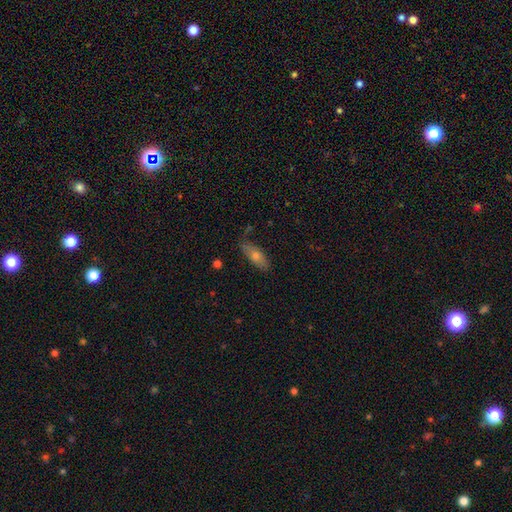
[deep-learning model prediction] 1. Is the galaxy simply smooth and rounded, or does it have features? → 58% smooth, 34% featured or disk, 8% star or artifact.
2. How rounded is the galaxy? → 57% in between, 40% cigar-shaped, 3% round.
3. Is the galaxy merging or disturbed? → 77% none, 18% minor disturbance, 3% major disturbance, 2% merger.